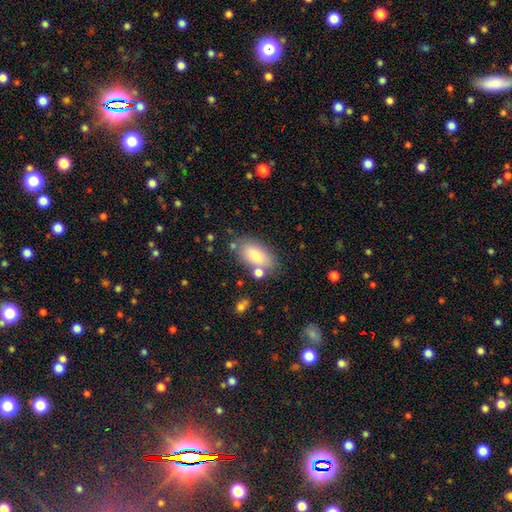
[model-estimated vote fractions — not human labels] A smooth galaxy with no disk features (76%) that is in between round and cigar-shaped (90%).

Vote fractions:
- Smooth or featured? smooth: 76% / featured or disk: 16% / star or artifact: 8%
- How rounded? in between: 90% / cigar-shaped: 5% / round: 5%
- Merging? none: 72% / minor disturbance: 14% / merger: 10% / major disturbance: 4%